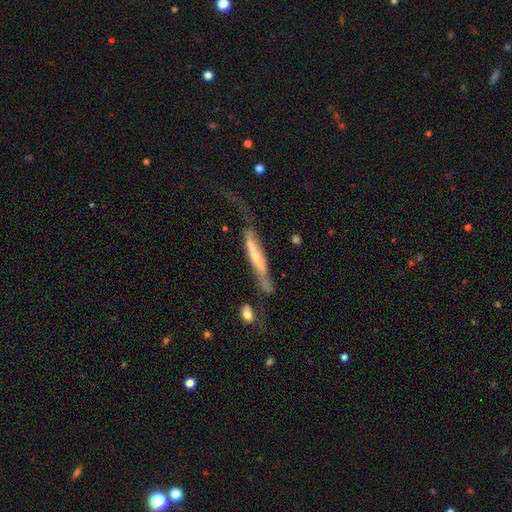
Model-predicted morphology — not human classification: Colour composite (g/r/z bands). It shows a featured or disk galaxy (60%) viewed edge-on (72%). Merging: major disturbance (33%).